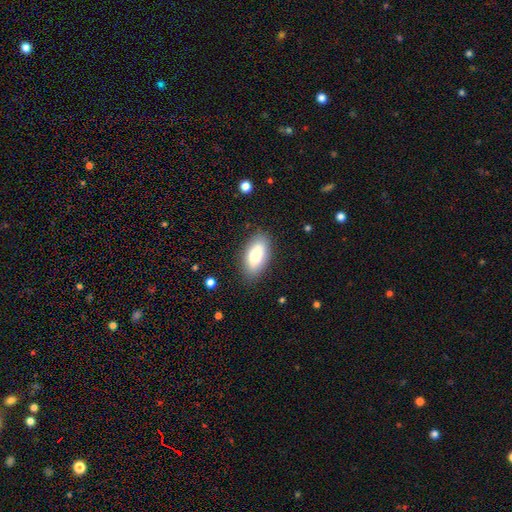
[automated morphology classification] The model was most divided on "smooth or featured": smooth: 75%, featured or disk: 18%, star or artifact: 7%. More confident: how rounded — in between (91%); merging — none (84%).